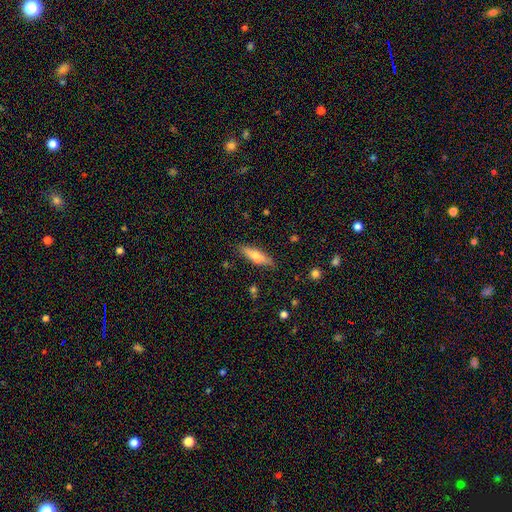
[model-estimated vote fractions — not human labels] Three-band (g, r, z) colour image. It shows a smooth galaxy with no disk features (65%) that is cigar-shaped (67%). Merging: none (84%).